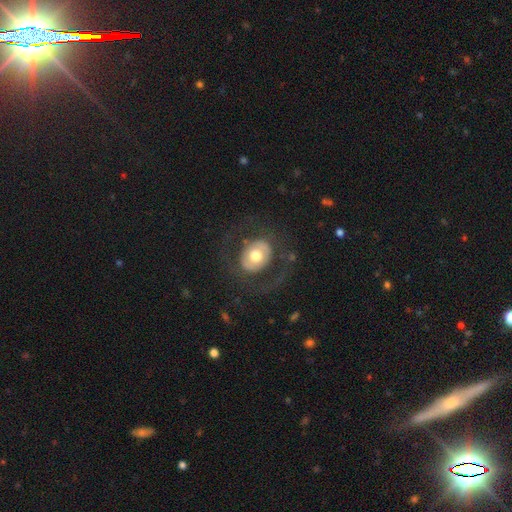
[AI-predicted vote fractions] smooth-or-featured: smooth: 47% (tied) | featured or disk: 47% (tied) | star or artifact: 6%
  merging: none: 71% | major disturbance: 16% | minor disturbance: 12% | merger: 1%